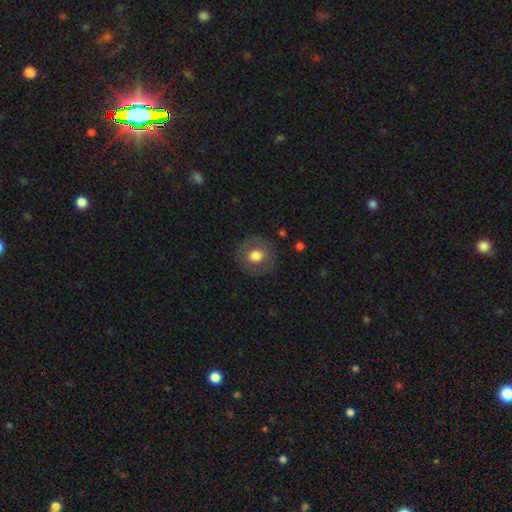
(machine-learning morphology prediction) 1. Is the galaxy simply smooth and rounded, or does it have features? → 64% smooth, 28% featured or disk, 8% star or artifact.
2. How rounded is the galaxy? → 89% round, 10% in between, 1% cigar-shaped.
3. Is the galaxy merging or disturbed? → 84% none, 10% minor disturbance, 4% major disturbance, 1% merger.